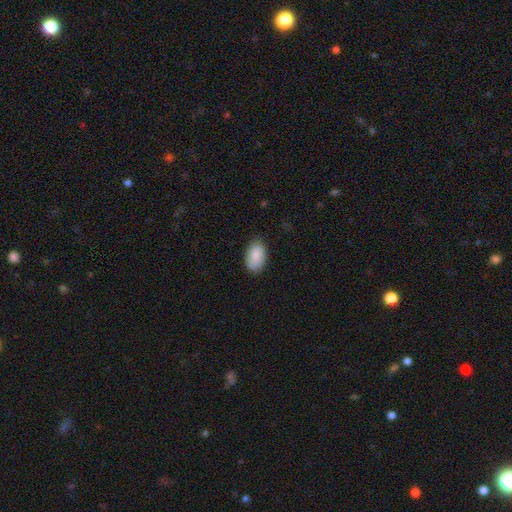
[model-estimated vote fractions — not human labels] Smooth or featured? smooth (88%)
How rounded? in between (93%)
Merging? none (82%)